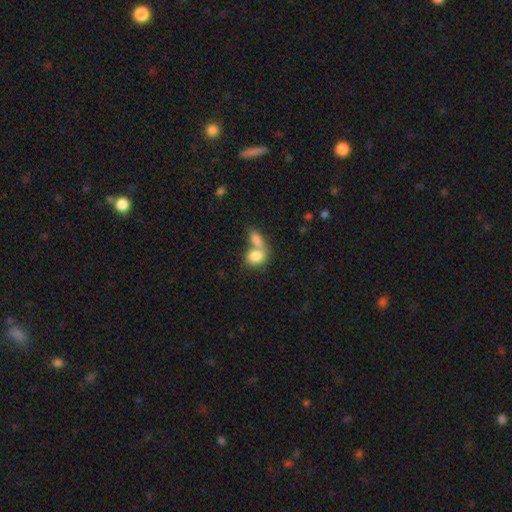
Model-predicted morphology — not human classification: A smooth galaxy with no disk features (81%) that is in between round and cigar-shaped (65%). Merging: merger (63%).